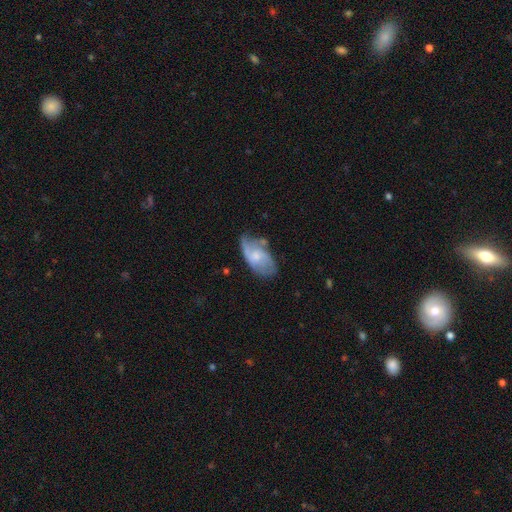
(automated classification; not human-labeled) Smooth or featured? Predicted: featured or disk (p=0.60). Edge-on disk? Predicted: no (p=0.95). Bar? Predicted: no (p=0.62). Spiral arms? Predicted: yes (p=0.82). Bulge size? Predicted: small (p=0.44). Merging? Predicted: none (p=0.48).